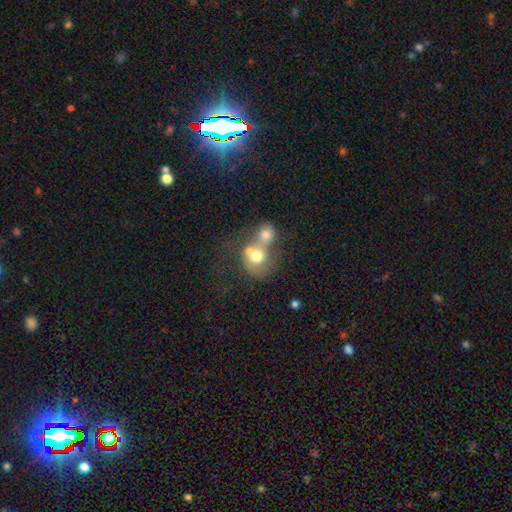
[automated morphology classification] smooth 63%, featured or disk 28%, star or artifact 10%. Down the decision tree: how rounded — round (62%); merging — merger (74%).